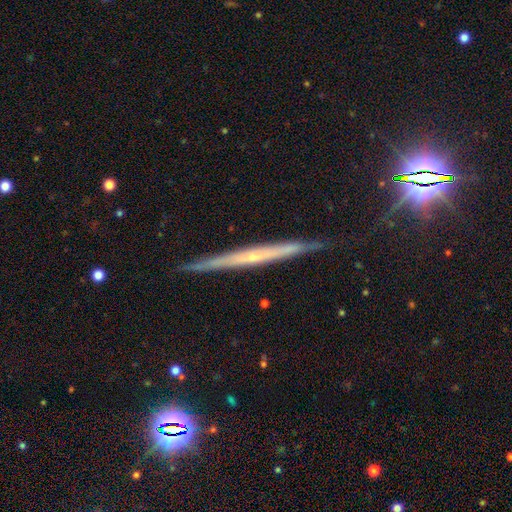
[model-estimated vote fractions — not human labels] featured or disk 65%, smooth 24%, star or artifact 11%. Down the decision tree: edge-on disk — yes (97%); edge-on bulge — none (72%); merging — none (87%).